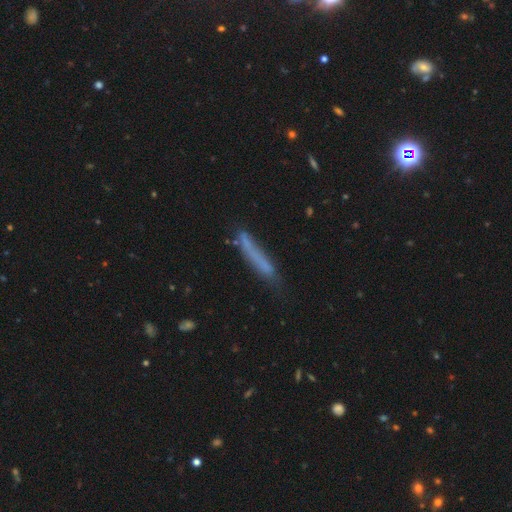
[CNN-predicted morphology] A smooth galaxy with no disk features (61%) that is cigar-shaped (92%). Merging: none (60%).